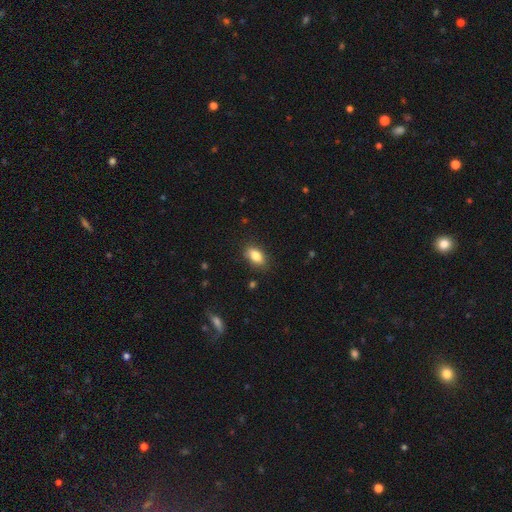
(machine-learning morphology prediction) Smooth or featured?
  - smooth: 84% *
  - featured or disk: 8%
  - star or artifact: 8%
How rounded?
  - in between: 89% *
  - round: 6%
  - cigar-shaped: 5%
Merging?
  - none: 83% *
  - minor disturbance: 13%
  - major disturbance: 3%
  - merger: 1%